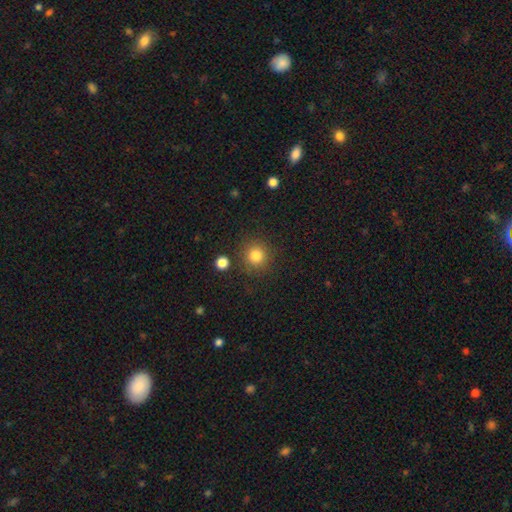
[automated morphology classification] Q: Smooth or featured?
A: smooth (82%); runner-up: star or artifact (12%)
Q: How rounded?
A: round (93%); runner-up: in between (6%)
Q: Merging?
A: none (85%); runner-up: minor disturbance (8%)